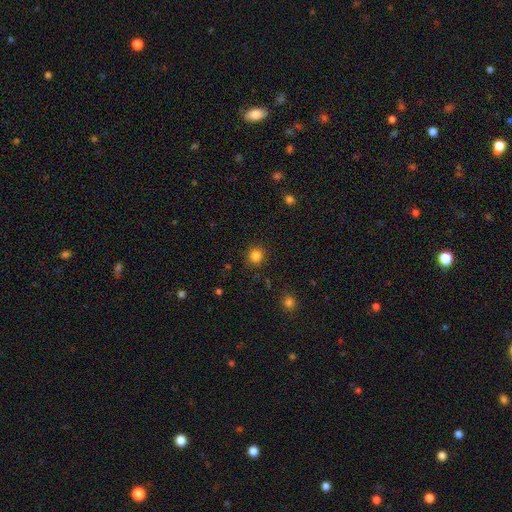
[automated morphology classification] The model was most divided on "smooth or featured": smooth: 84%, star or artifact: 12%, featured or disk: 4%. More confident: merging — none (90%); how rounded — round (88%).